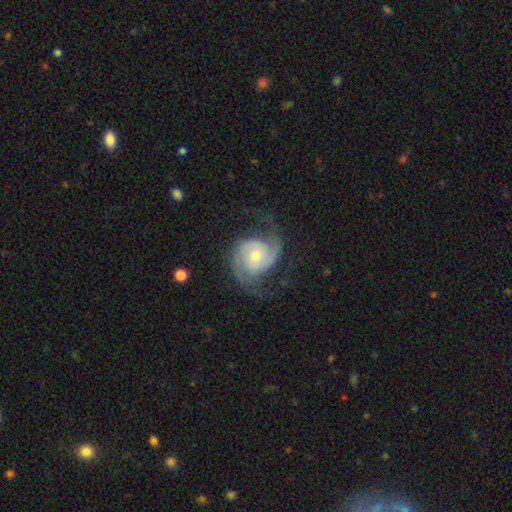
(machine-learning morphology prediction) smooth_or_featured: featured or disk (p=0.89) [alt: smooth p=0.07]
disk_edge_on: no (p=0.98) [alt: yes p=0.02]
bar: no (p=0.67) [alt: weak p=0.27]
has_spiral_arms: yes (p=0.97) [alt: no p=0.03]
spiral_winding: medium (p=0.49) [alt: tight p=0.31]
spiral_arm_count: 2 (p=0.87) [alt: 3 p=0.04]
bulge_size: moderate (p=0.55) [alt: small p=0.40]
merging: none (p=0.68) [alt: minor disturbance p=0.18]